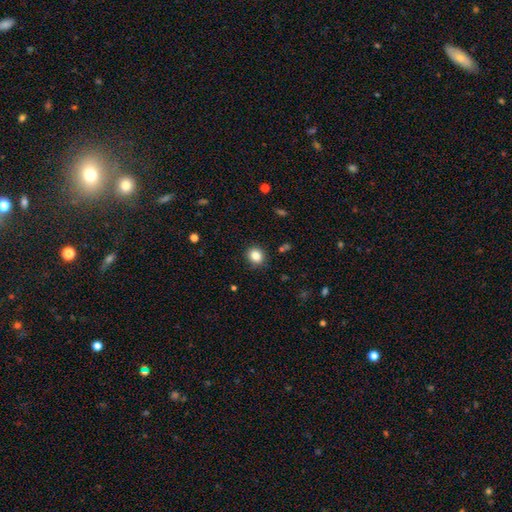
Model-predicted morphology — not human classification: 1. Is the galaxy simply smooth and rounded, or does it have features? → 84% smooth, 11% star or artifact, 5% featured or disk.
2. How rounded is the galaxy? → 74% round, 25% in between, 1% cigar-shaped.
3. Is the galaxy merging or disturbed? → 88% none, 8% minor disturbance, 2% major disturbance, 1% merger.